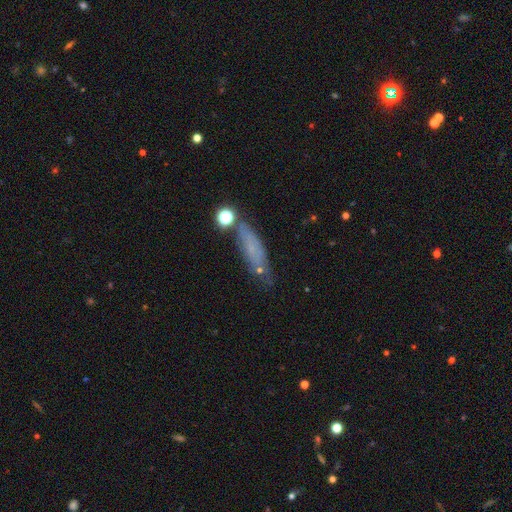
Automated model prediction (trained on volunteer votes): Smooth or featured?
  - smooth: 53% *
  - featured or disk: 32%
  - star or artifact: 15%
How rounded?
  - cigar-shaped: 63% *
  - in between: 32%
  - round: 5%
Merging?
  - none: 59% *
  - minor disturbance: 22%
  - major disturbance: 10%
  - merger: 10%